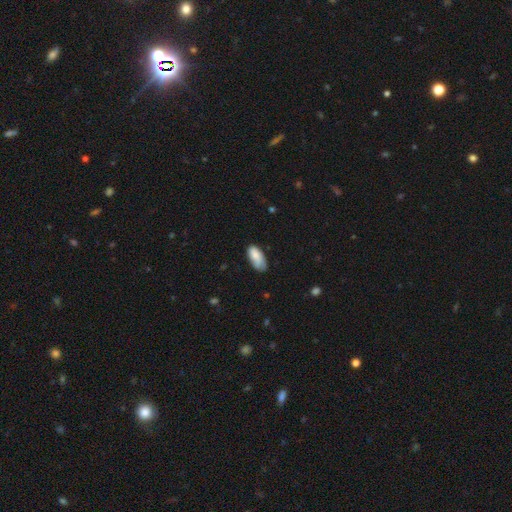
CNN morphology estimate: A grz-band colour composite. It shows a smooth galaxy with no disk features (79%) that is in between round and cigar-shaped (90%). Merging: none (55%).